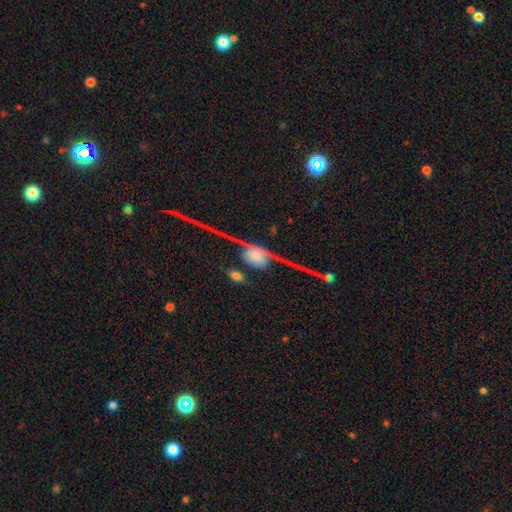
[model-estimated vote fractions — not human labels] smooth_or_featured: featured or disk (p=0.67) [alt: smooth p=0.21]
disk_edge_on: yes (p=0.71) [alt: no p=0.29]
merging: none (p=0.54) [alt: minor disturbance p=0.20]